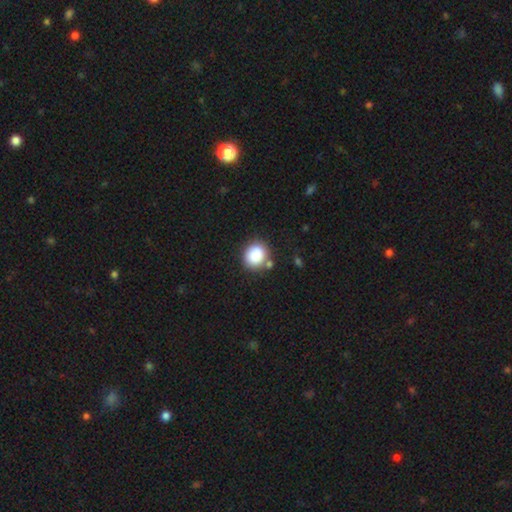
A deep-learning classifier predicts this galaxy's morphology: Q: Smooth or featured?
A: smooth (84%); runner-up: star or artifact (9%)
Q: How rounded?
A: round (79%); runner-up: in between (20%)
Q: Merging?
A: none (77%); runner-up: minor disturbance (11%)